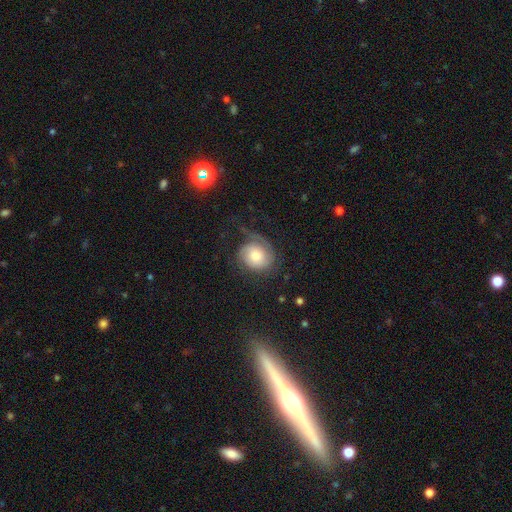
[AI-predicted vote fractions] Q: Smooth or featured?
A: featured or disk (61%); runner-up: smooth (32%)
Q: Edge-on disk?
A: no (97%); runner-up: yes (3%)
Q: Bar?
A: no (76%); runner-up: weak (20%)
Q: Spiral arms?
A: yes (89%); runner-up: no (11%)
Q: Spiral winding?
A: tight (41%); runner-up: medium (33%)
Q: Spiral arm count?
A: 2 (37%); runner-up: 1 (36%)
Q: Bulge size?
A: moderate (58%); runner-up: small (22%)
Q: Merging?
A: none (51%); runner-up: major disturbance (26%)